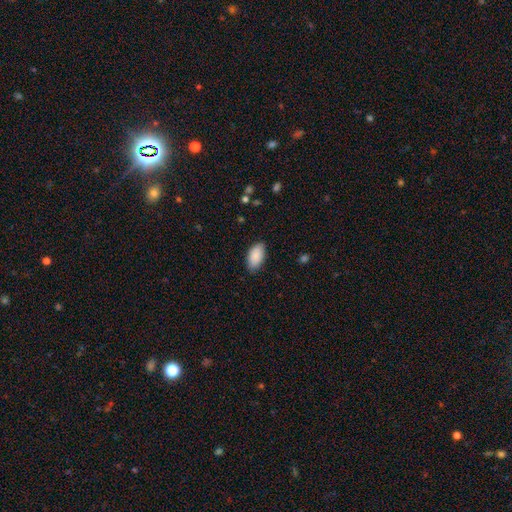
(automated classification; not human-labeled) A smooth galaxy with no disk features (90%) that is in between round and cigar-shaped (95%).

Vote fractions:
- Smooth or featured? smooth: 90% / star or artifact: 6% / featured or disk: 4%
- How rounded? in between: 95% / cigar-shaped: 3% / round: 3%
- Merging? none: 85% / minor disturbance: 12% / major disturbance: 2% / merger: 1%